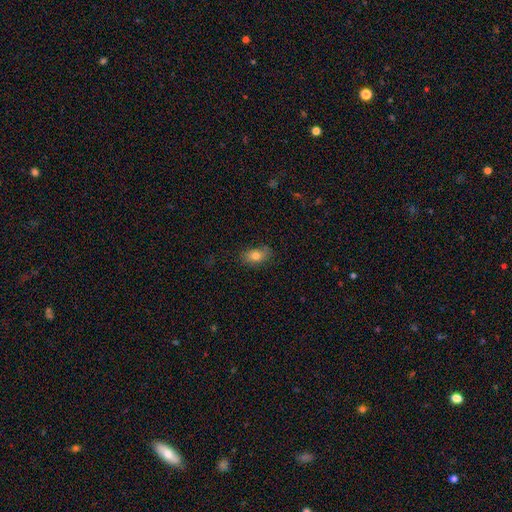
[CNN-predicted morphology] This is likely a smooth galaxy (80%). How rounded: clearly in between (86%). Merging: likely none (78%).